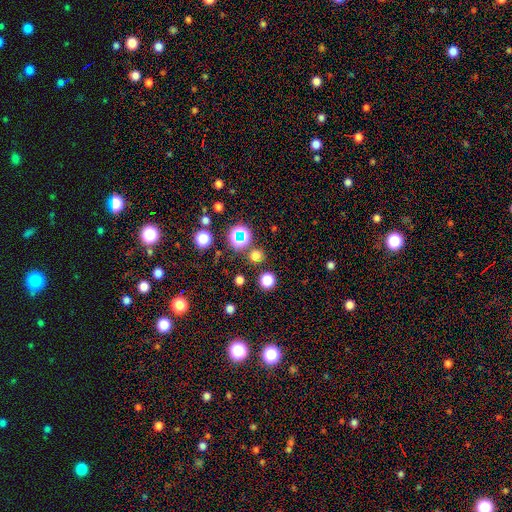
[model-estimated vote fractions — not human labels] Q: Smooth or featured?
A: smooth (62%); runner-up: star or artifact (33%)
Q: How rounded?
A: round (92%); runner-up: in between (7%)
Q: Merging?
A: none (83%); runner-up: minor disturbance (7%)